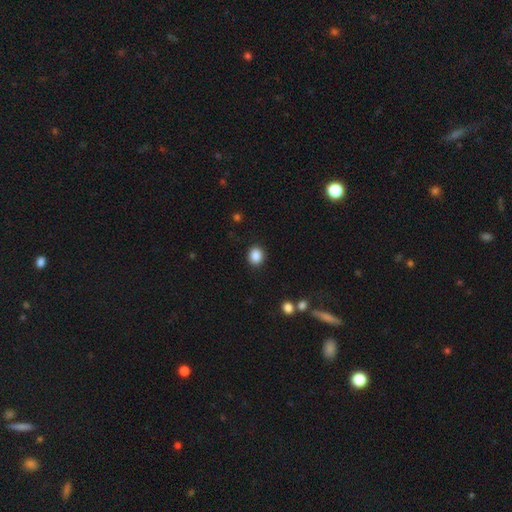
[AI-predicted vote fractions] Smooth or featured: smooth — 88% (star or artifact — 9%)
How rounded: round — 72% (in between — 27%)
Merging: none — 90% (minor disturbance — 6%)